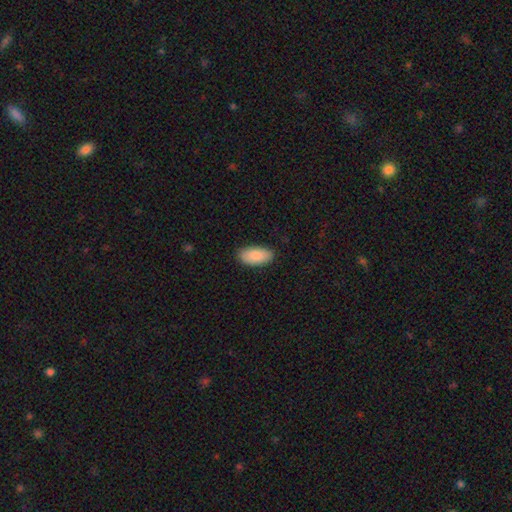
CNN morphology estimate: This is clearly a smooth galaxy (88%). How rounded: clearly in between (94%). Merging: clearly none (86%).